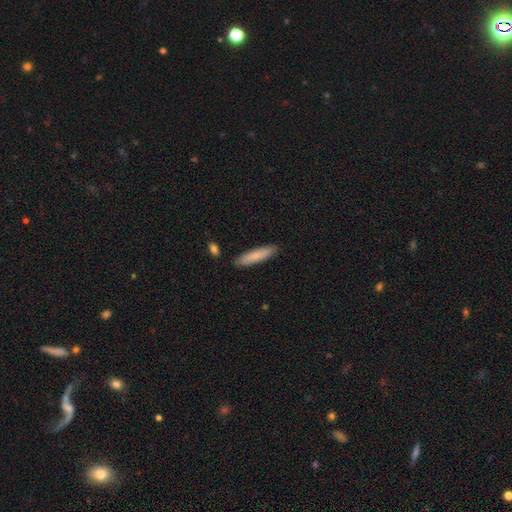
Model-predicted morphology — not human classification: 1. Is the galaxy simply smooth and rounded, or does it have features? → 81% smooth, 13% featured or disk, 6% star or artifact.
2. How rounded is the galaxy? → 81% cigar-shaped, 18% in between, 1% round.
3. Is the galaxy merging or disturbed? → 88% none, 9% minor disturbance, 2% merger, 2% major disturbance.